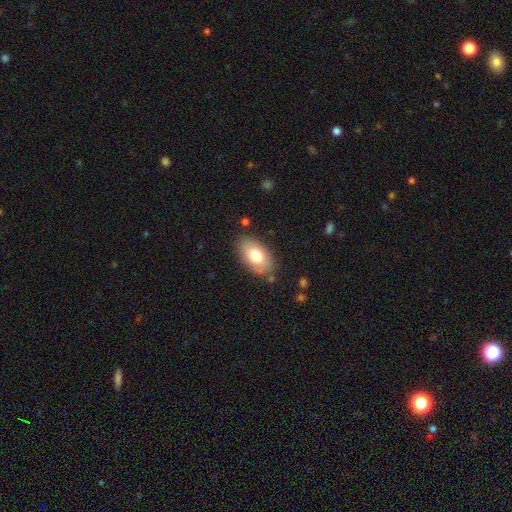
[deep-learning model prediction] A smooth galaxy with no disk features (74%) that is in between round and cigar-shaped (93%). Merging: none (81%).